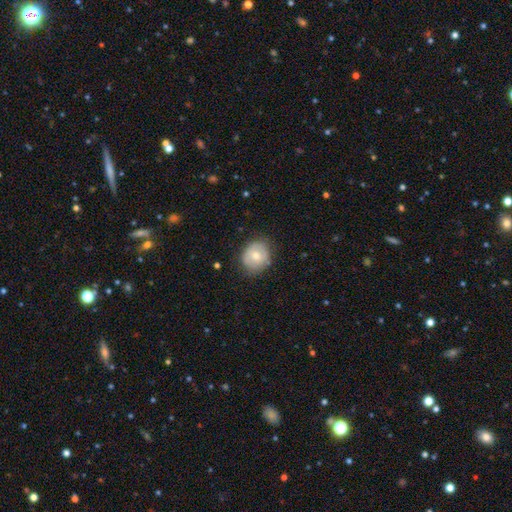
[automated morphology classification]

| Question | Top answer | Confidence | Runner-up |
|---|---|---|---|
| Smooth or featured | smooth | 64% | featured or disk (29%) |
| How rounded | round | 66% | in between (33%) |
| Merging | none | 76% | minor disturbance (19%) |